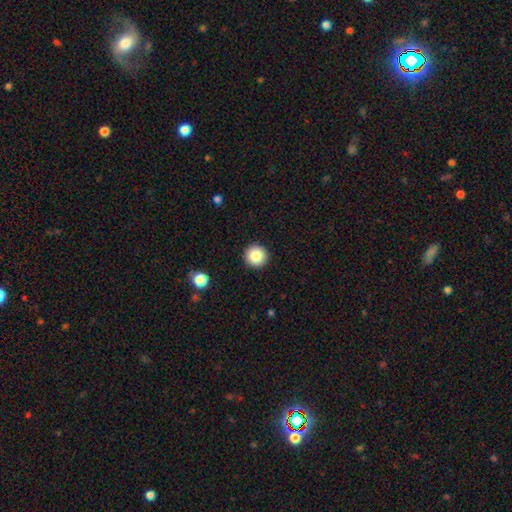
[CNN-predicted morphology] type=smooth (84%); roundness=round (96%); merging=none (93%).